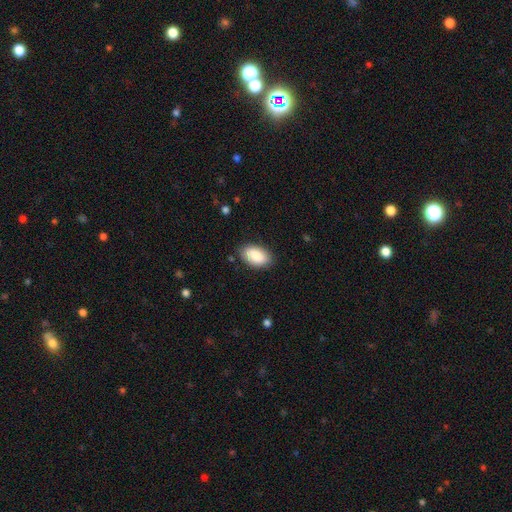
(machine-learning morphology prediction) smooth-or-featured: smooth: 88% | featured or disk: 6% | star or artifact: 6%
  how-rounded: in between: 94% | round: 4% | cigar-shaped: 2%
  merging: none: 85% | minor disturbance: 11% | major disturbance: 3% | merger: 1%